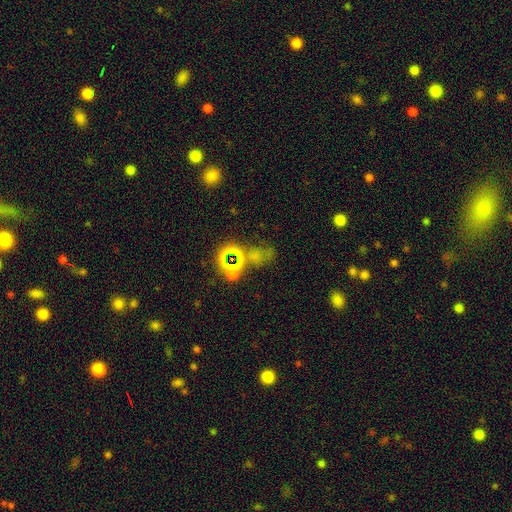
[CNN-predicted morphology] Q: Smooth or featured?
A: star or artifact (48%); runner-up: smooth (42%)